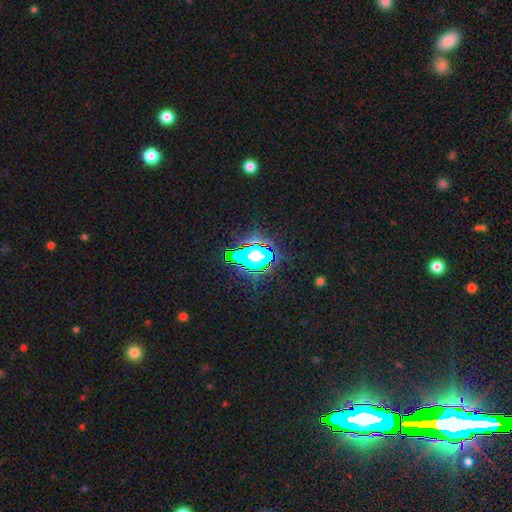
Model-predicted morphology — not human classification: smooth-or-featured: star or artifact: 55% | smooth: 31% | featured or disk: 14%